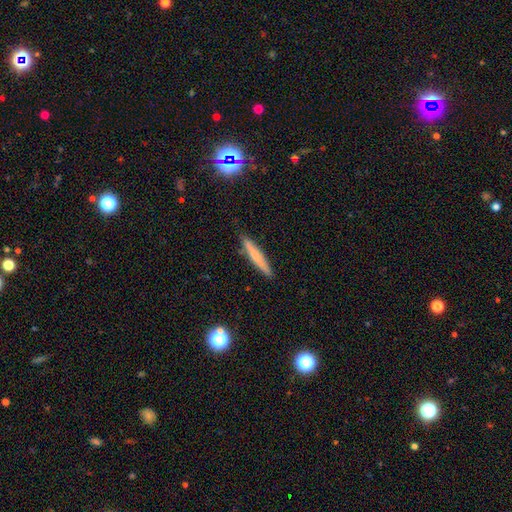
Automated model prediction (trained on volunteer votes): A smooth galaxy with no disk features (66%) that is cigar-shaped (94%).

Vote fractions:
- Smooth or featured? smooth: 66% / featured or disk: 26% / star or artifact: 8%
- How rounded? cigar-shaped: 94% / in between: 4% / round: 1%
- Merging? none: 88% / minor disturbance: 9% / major disturbance: 2% / merger: 2%